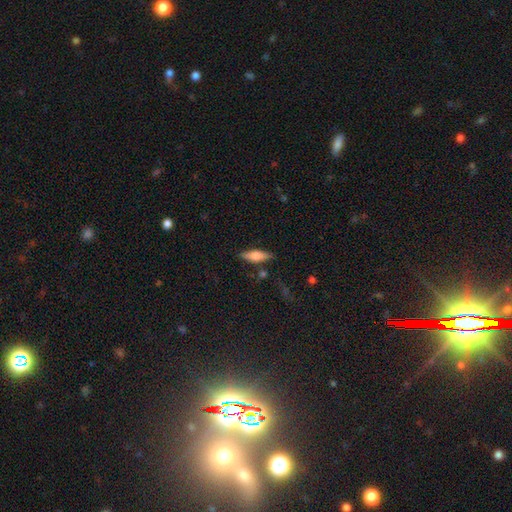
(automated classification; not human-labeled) This is likely a smooth galaxy (65%). How rounded: possibly in between (50%). Merging: clearly none (81%).